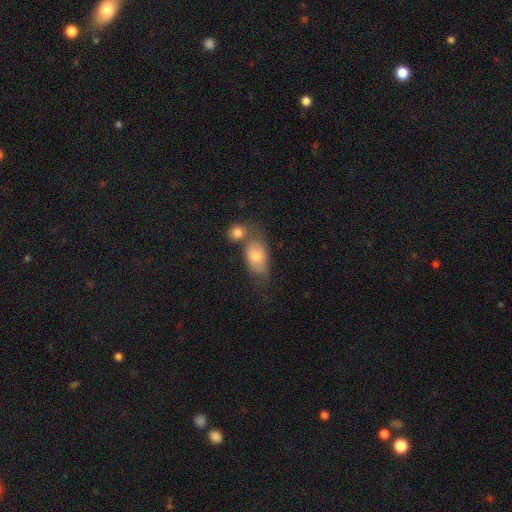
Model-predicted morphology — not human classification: A smooth galaxy with no disk features (71%) that is in between round and cigar-shaped (83%). Merging: none (38%).